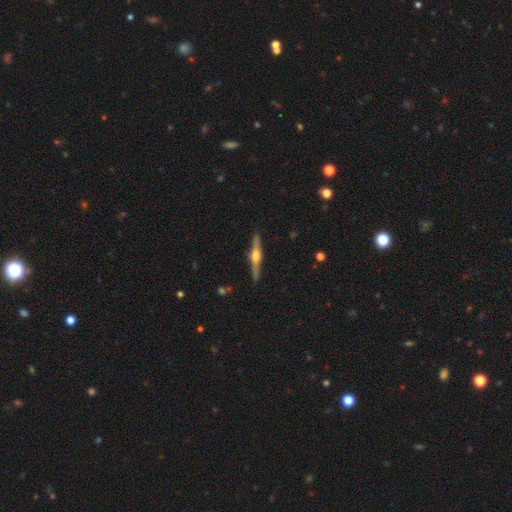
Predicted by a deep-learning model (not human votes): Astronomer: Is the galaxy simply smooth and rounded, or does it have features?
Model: featured or disk — 73%.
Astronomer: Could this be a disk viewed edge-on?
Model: yes — 97%.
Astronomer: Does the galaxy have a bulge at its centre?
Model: rounded — 92%.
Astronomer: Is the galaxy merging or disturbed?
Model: none — 89%.